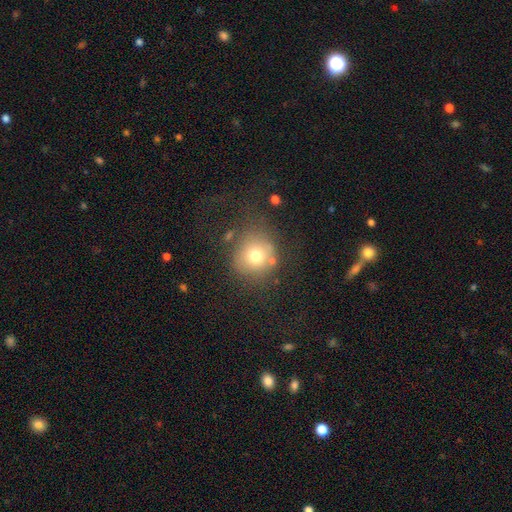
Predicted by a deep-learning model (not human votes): This appears to be a smooth galaxy with no disk features (71%) that is round (87%). Merging: none (67%).